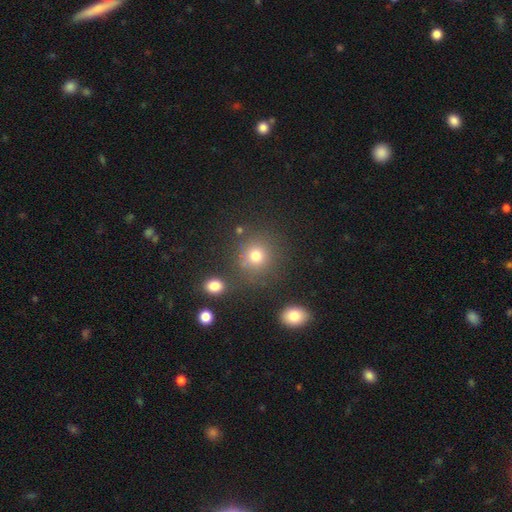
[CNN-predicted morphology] Smooth or featured? smooth (75%)
How rounded? round (87%)
Merging? none (77%)